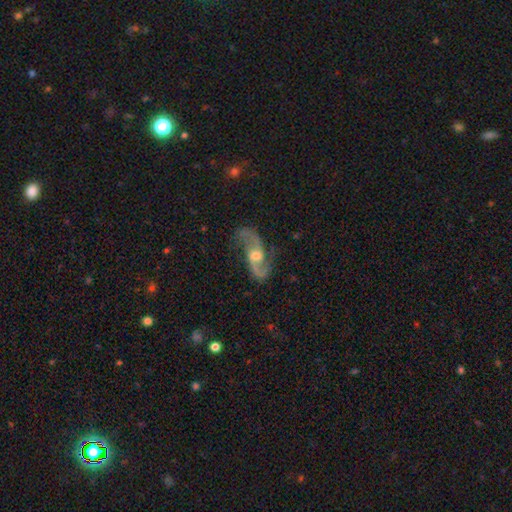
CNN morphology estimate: This is clearly a featured or disk galaxy (88%). It is clearly not viewed edge-on (95%). Bar: possibly no (55%). Spiral arm pattern: clearly yes (96%). Spiral arm count: clearly 2 (93%). Spiral winding: likely loose (61%). Central bulge: likely moderate (68%). Merging: likely none (74%).